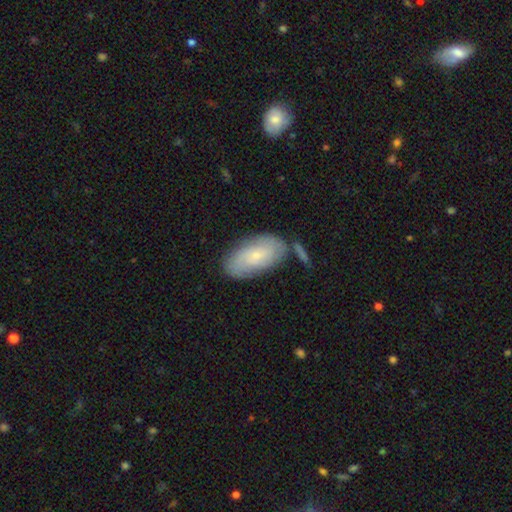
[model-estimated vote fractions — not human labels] The model was most divided on "smooth or featured": smooth: 56%, featured or disk: 37%, star or artifact: 6%. More confident: how rounded — in between (92%); merging — none (64%).